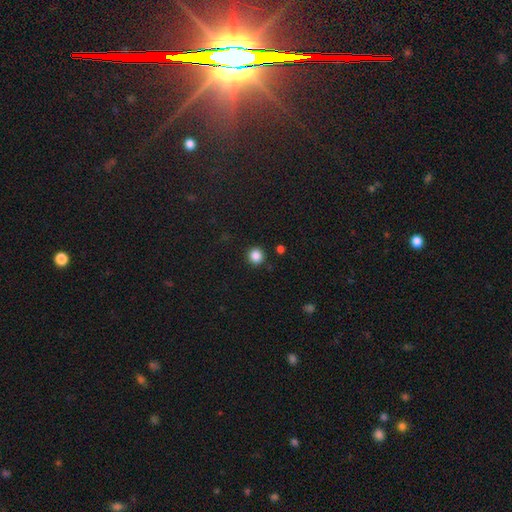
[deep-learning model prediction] smooth 86%, star or artifact 11%, featured or disk 3%. Down the decision tree: how rounded — round (94%); merging — none (91%).